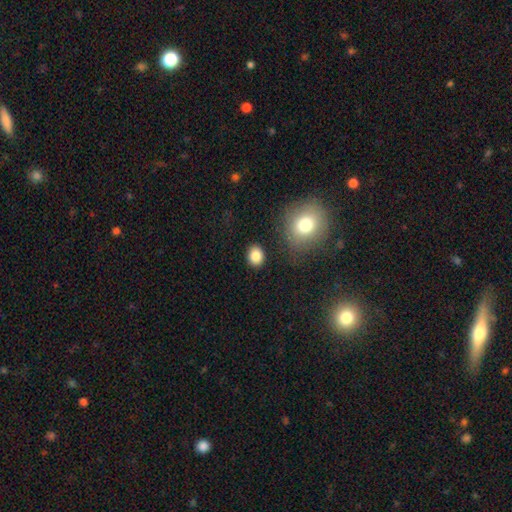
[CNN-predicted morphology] smooth_or_featured: smooth (p=0.85) [alt: star or artifact p=0.09]
how_rounded: round (p=0.59) [alt: in between p=0.40]
merging: none (p=0.86) [alt: minor disturbance p=0.08]